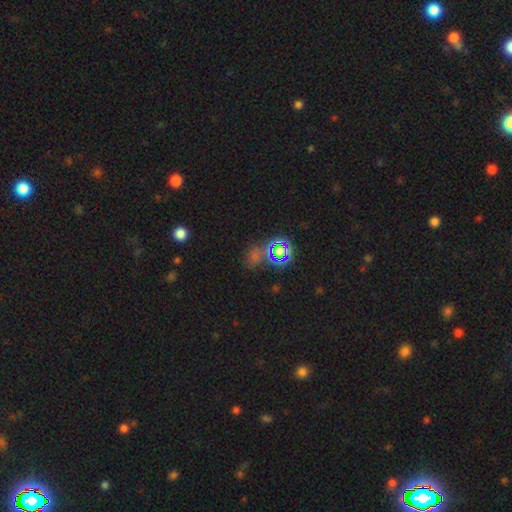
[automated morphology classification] This is likely a star or artifact rather than a galaxy (64%).